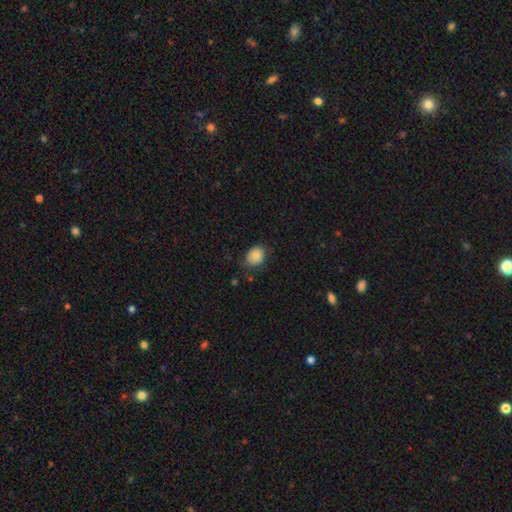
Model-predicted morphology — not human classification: smooth-or-featured: smooth: 86% | star or artifact: 9% | featured or disk: 5%
  how-rounded: round: 58% | in between: 41% | cigar-shaped: 1%
  merging: none: 72% | minor disturbance: 22% | major disturbance: 5% | merger: 1%